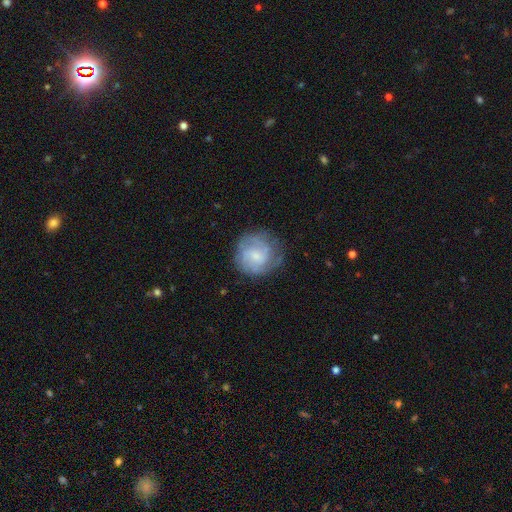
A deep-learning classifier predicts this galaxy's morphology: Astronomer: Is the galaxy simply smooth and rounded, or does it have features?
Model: featured or disk — 60%.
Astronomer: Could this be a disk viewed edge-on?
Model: no — 98%.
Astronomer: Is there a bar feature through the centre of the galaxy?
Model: no — 55% (runner-up: weak, 39%).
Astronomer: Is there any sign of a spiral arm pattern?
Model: yes — 83%.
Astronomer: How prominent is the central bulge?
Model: small — 52% (runner-up: moderate, 29%).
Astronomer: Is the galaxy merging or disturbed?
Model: none — 69%.